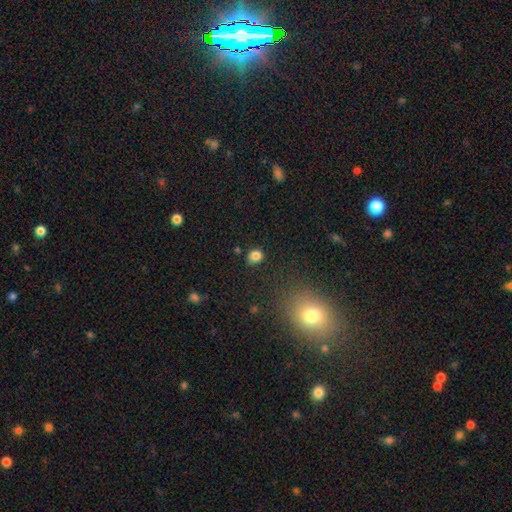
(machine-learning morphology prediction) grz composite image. It shows a smooth galaxy with no disk features (83%) that is round (74%). Merging: none (84%).